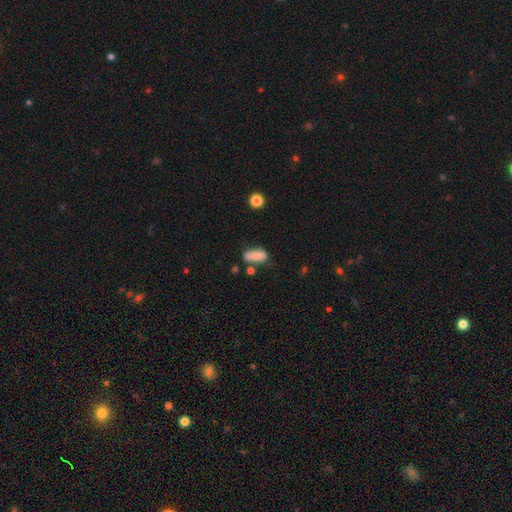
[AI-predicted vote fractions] Overall: smooth (81%). How rounded: in between (81%). Merging: none (54%; minor disturbance 24%).